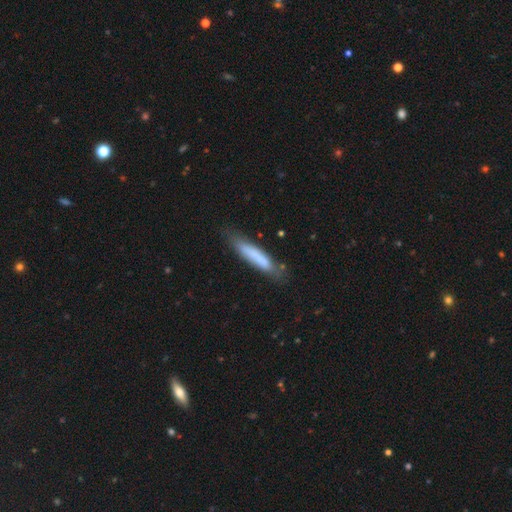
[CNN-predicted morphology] The model was most divided on "smooth or featured": smooth: 71%, featured or disk: 22%, star or artifact: 7%. More confident: how rounded — cigar-shaped (89%); merging — none (72%).